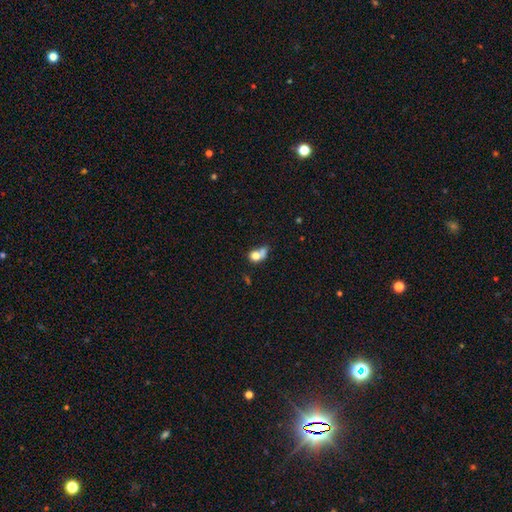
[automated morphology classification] Smooth or featured? smooth (72%)
How rounded? round (52%)
Merging? merger (45%)